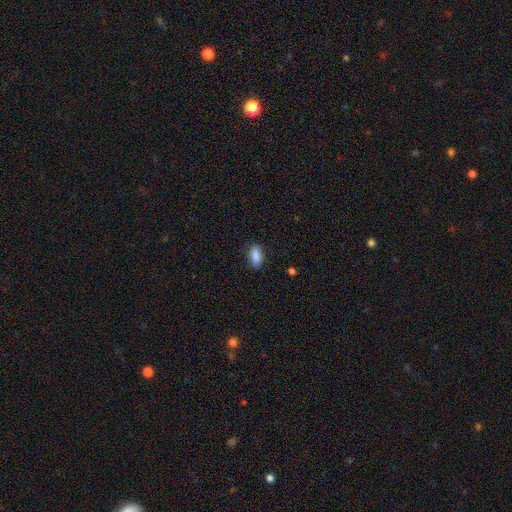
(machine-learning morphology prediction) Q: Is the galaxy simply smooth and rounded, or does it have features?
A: smooth — 86%.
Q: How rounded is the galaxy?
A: in between — 85%.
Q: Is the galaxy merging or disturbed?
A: none — 79%.